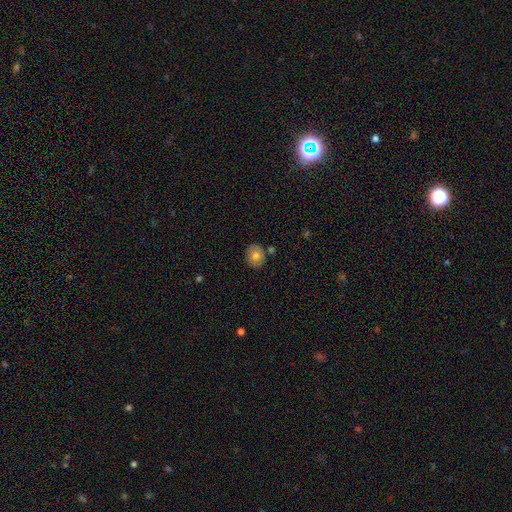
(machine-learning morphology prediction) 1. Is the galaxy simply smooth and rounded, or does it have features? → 76% smooth, 15% featured or disk, 9% star or artifact.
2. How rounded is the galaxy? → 67% round, 32% in between, 1% cigar-shaped.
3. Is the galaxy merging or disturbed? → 81% none, 11% minor disturbance, 6% merger, 2% major disturbance.